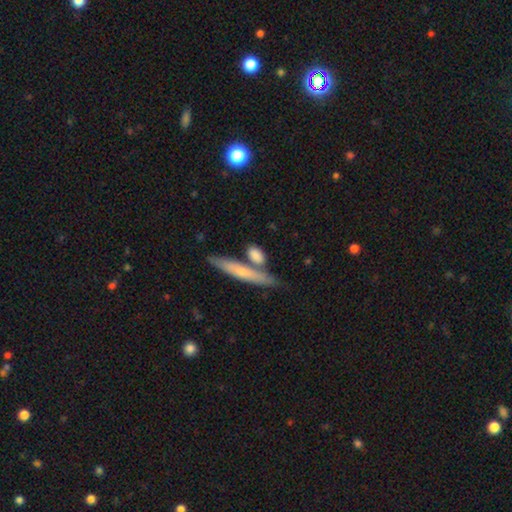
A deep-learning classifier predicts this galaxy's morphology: Q: Smooth or featured?
A: smooth (75%); runner-up: featured or disk (19%)
Q: How rounded?
A: in between (45%); runner-up: cigar-shaped (44%)
Q: Merging?
A: none (60%); runner-up: merger (22%)